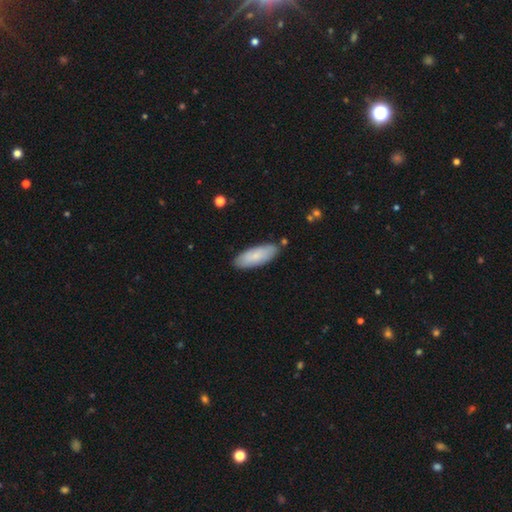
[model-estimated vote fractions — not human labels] Overall: smooth (79%). How rounded: in between (70%). Merging: none (83%).